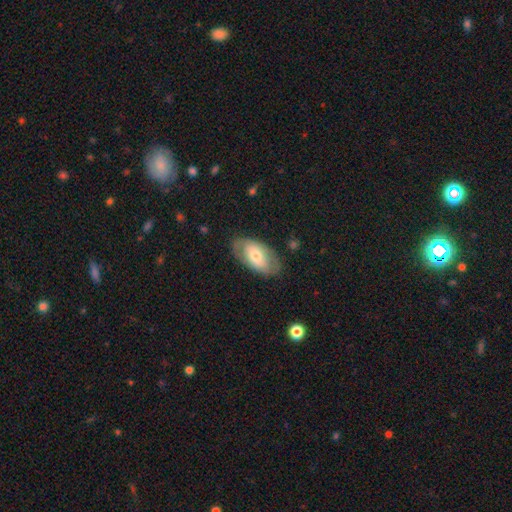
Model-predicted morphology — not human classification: smooth-or-featured: smooth: 55% | featured or disk: 39% | star or artifact: 6%
  how-rounded: in between: 93% | round: 5% | cigar-shaped: 2%
  merging: none: 77% | minor disturbance: 16% | major disturbance: 6% | merger: 1%